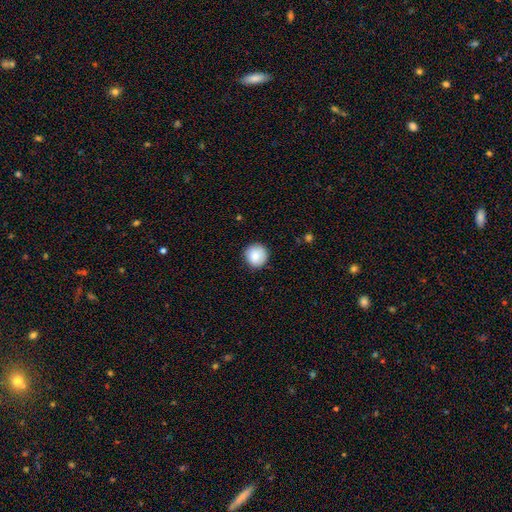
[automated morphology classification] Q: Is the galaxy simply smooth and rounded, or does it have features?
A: smooth — 87%.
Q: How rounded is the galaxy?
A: round — 95%.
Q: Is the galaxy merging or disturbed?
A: none — 89%.